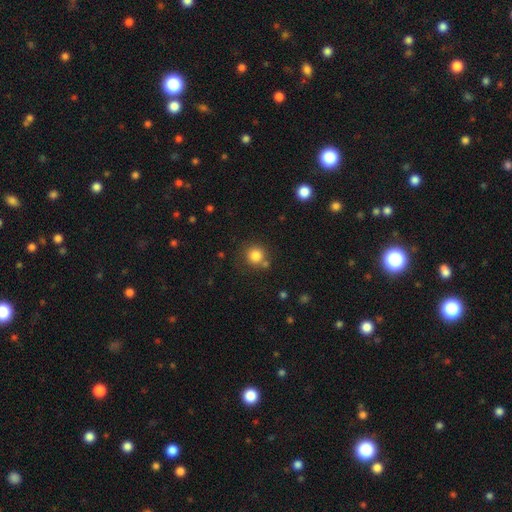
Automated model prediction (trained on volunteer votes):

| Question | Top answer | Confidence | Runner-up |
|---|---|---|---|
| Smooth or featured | smooth | 82% | star or artifact (12%) |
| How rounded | round | 93% | in between (6%) |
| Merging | none | 73% | merger (13%) |